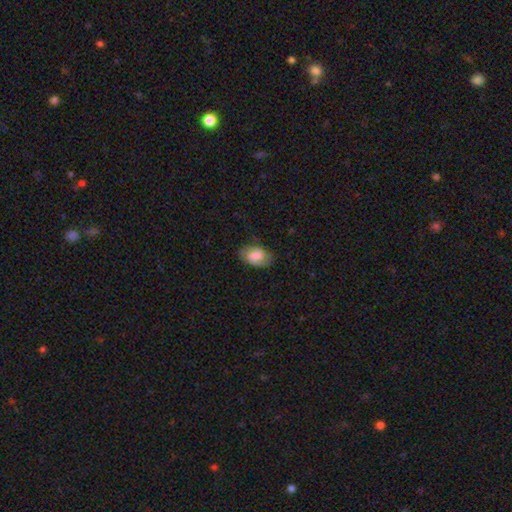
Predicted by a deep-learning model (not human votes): Q: Smooth or featured?
A: smooth (58%); runner-up: featured or disk (35%)
Q: How rounded?
A: in between (87%); runner-up: round (12%)
Q: Merging?
A: none (73%); runner-up: minor disturbance (20%)